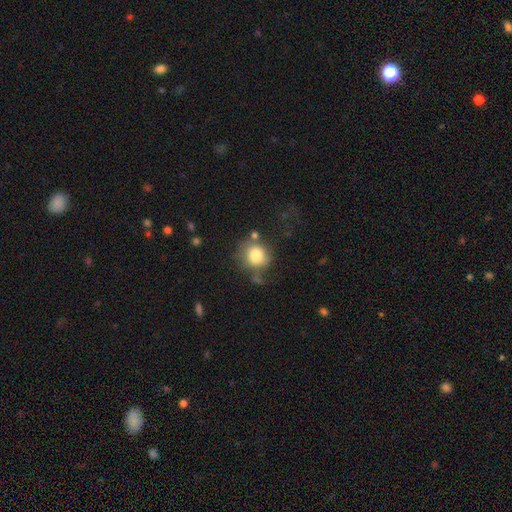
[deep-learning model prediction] Smooth or featured? smooth (82%)
How rounded? round (83%)
Merging? none (59%)